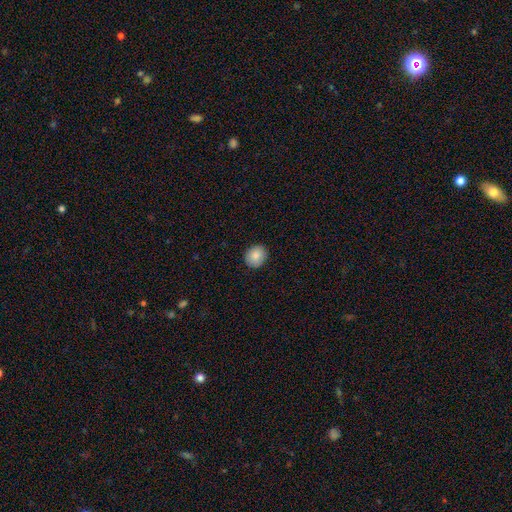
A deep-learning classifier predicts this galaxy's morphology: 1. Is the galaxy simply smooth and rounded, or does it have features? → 87% smooth, 8% star or artifact, 5% featured or disk.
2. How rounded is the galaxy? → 76% round, 23% in between, 1% cigar-shaped.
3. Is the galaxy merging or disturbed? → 89% none, 8% minor disturbance, 2% major disturbance, 1% merger.